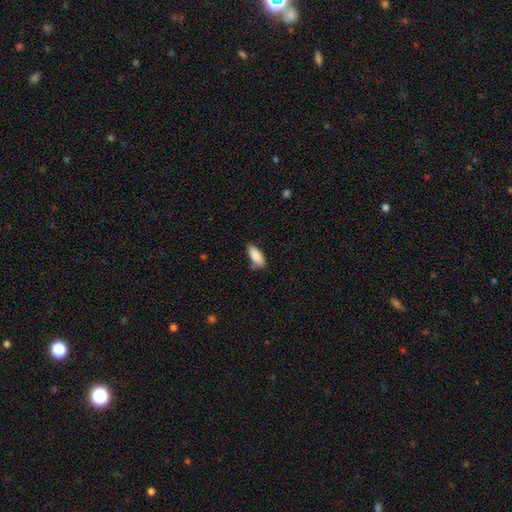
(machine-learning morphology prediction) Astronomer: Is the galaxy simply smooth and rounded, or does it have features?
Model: smooth — 88%.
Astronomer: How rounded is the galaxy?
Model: in between — 81%.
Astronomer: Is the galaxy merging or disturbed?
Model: none — 70%.